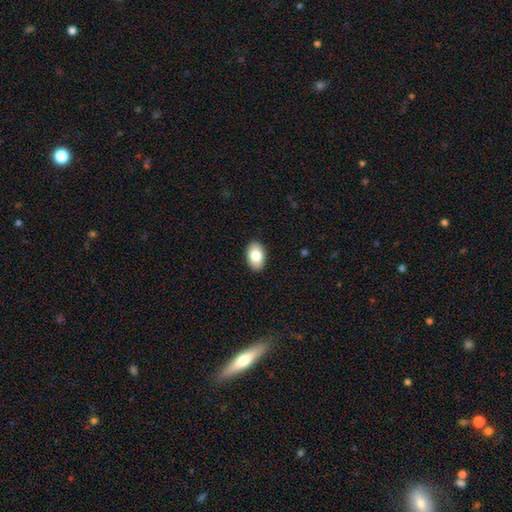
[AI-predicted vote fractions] smooth-or-featured: smooth: 82% | featured or disk: 11% | star or artifact: 7%
  how-rounded: in between: 90% | round: 8% | cigar-shaped: 1%
  merging: none: 90% | minor disturbance: 8% | major disturbance: 2% | merger: 1%